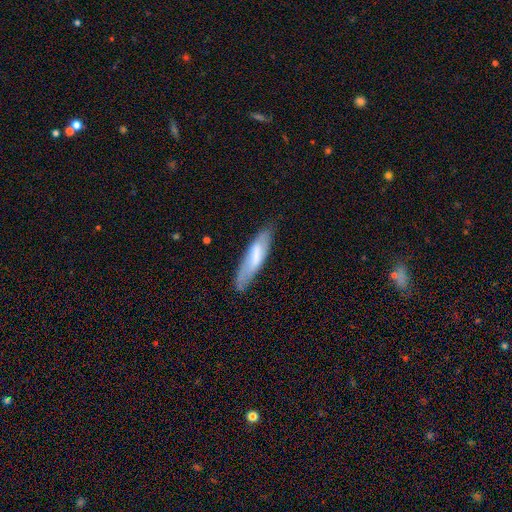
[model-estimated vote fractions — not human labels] A smooth galaxy with no disk features (59%) that is cigar-shaped (69%).

Vote fractions:
- Smooth or featured? smooth: 59% / featured or disk: 35% / star or artifact: 6%
- How rounded? cigar-shaped: 69% / in between: 30% / round: 1%
- Merging? none: 70% / minor disturbance: 22% / major disturbance: 6% / merger: 2%